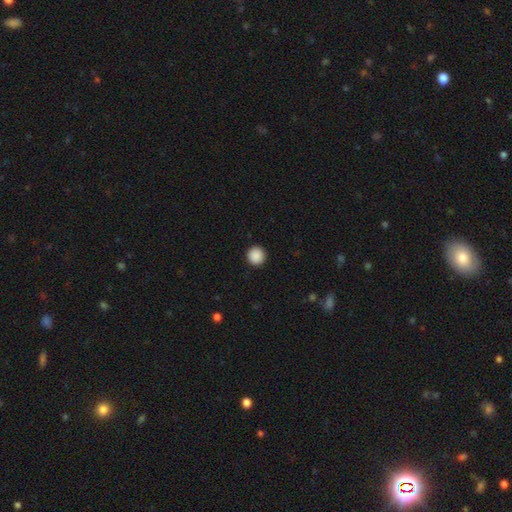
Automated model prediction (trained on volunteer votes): smooth 89%, star or artifact 8%, featured or disk 2%. Down the decision tree: how rounded — round (95%); merging — none (93%).